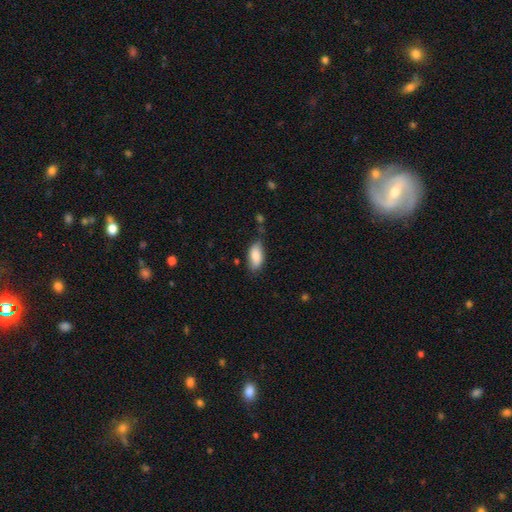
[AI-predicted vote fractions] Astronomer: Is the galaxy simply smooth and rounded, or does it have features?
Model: smooth — 83%.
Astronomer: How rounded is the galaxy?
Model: in between — 90%.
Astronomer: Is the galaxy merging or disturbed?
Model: none — 67%.